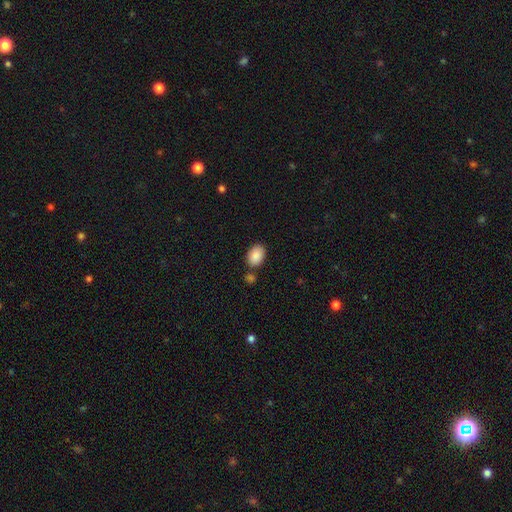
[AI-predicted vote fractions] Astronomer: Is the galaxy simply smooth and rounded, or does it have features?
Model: smooth — 89%.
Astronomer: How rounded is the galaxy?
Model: in between — 85%.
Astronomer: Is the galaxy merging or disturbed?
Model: none — 75%.